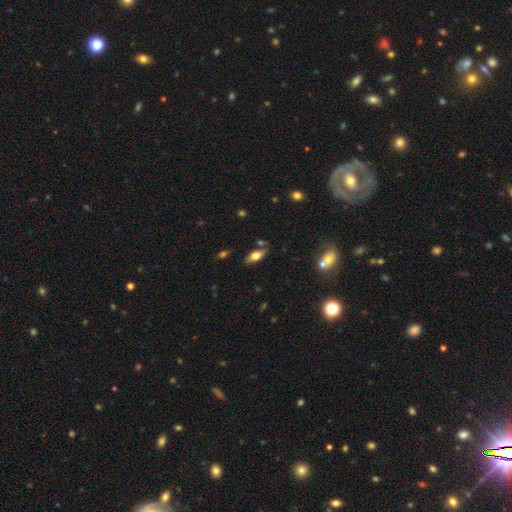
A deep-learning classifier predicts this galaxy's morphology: Smooth or featured?
  - smooth: 61% *
  - featured or disk: 30%
  - star or artifact: 8%
How rounded?
  - in between: 82% *
  - cigar-shaped: 15%
  - round: 3%
Merging?
  - none: 79% *
  - minor disturbance: 13%
  - merger: 5%
  - major disturbance: 3%